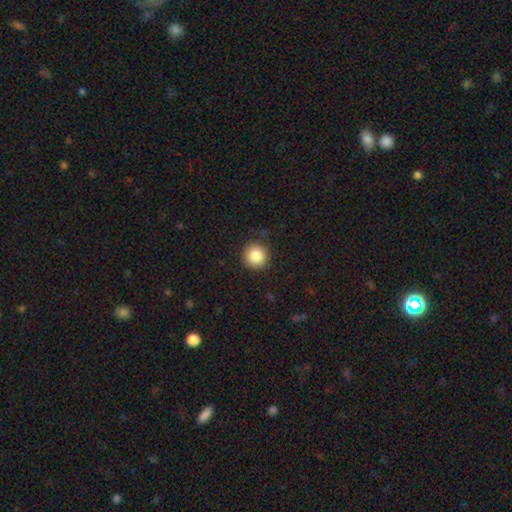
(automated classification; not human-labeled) The model was most divided on "smooth or featured": smooth: 85%, star or artifact: 10%, featured or disk: 6%. More confident: how rounded — round (95%); merging — none (90%).